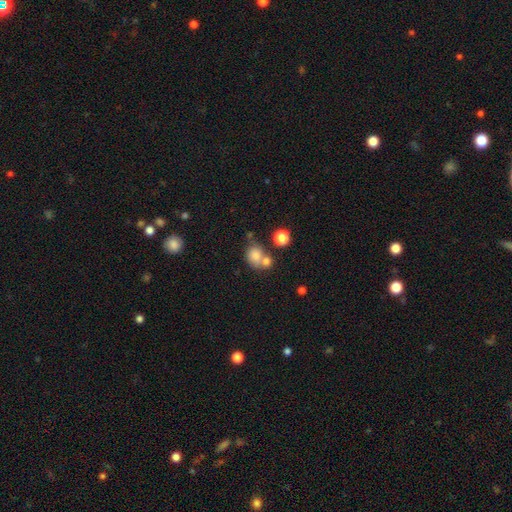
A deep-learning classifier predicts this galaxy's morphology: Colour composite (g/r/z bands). It shows a smooth galaxy with no disk features (77%) that is round (67%). Merging: merger (44%).